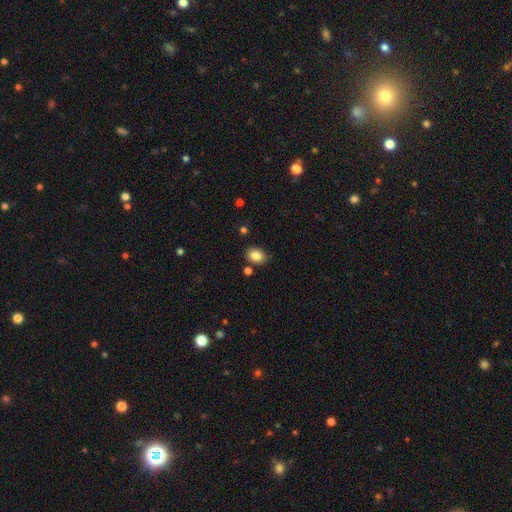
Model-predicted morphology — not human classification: A smooth galaxy with no disk features (84%) that is in between round and cigar-shaped (64%). Merging: none (81%).